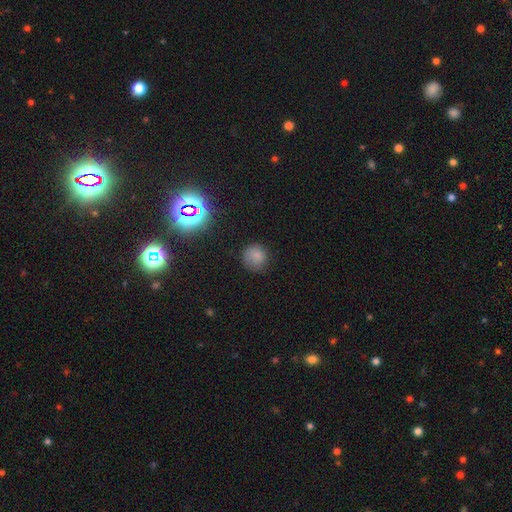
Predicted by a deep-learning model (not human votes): This is likely a smooth galaxy (76%). How rounded: clearly round (90%). Merging: likely none (79%).